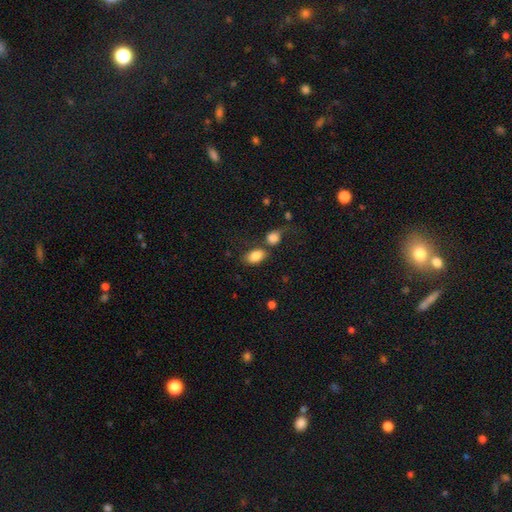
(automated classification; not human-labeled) Overall: smooth (84%). How rounded: in between (86%). Merging: none (54%; merger 26%).